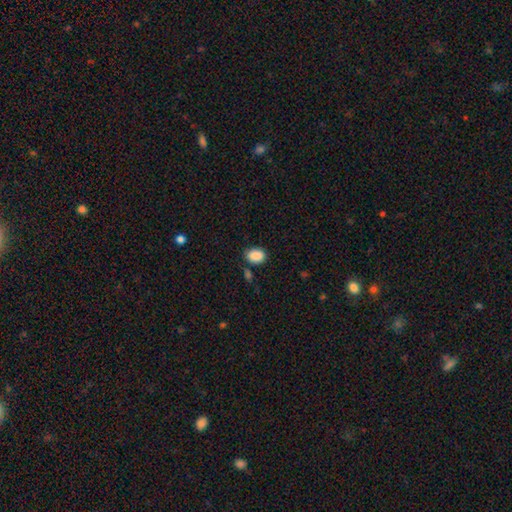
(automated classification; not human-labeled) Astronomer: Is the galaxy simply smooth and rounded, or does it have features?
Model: smooth — 89%.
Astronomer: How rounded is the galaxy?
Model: in between — 71%.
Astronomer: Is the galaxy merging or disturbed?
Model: none — 76%.